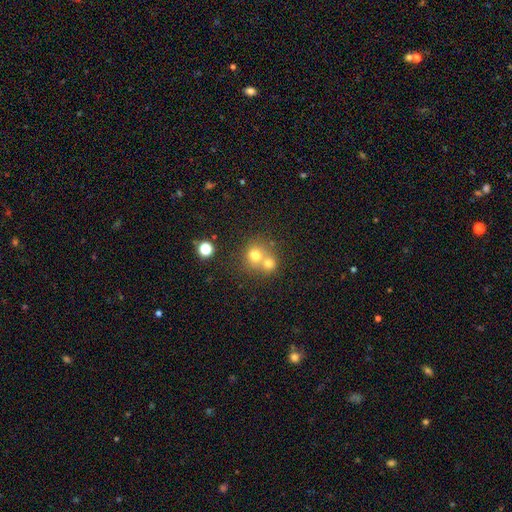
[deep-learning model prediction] This appears to be a smooth galaxy with no disk features (70%) that is round (79%). Merging: merger (58%).